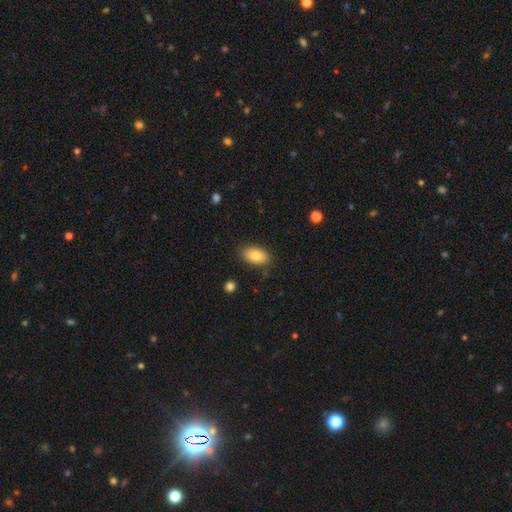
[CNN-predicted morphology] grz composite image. It shows a smooth galaxy with no disk features (82%) that is in between round and cigar-shaped (92%). Merging: none (85%).